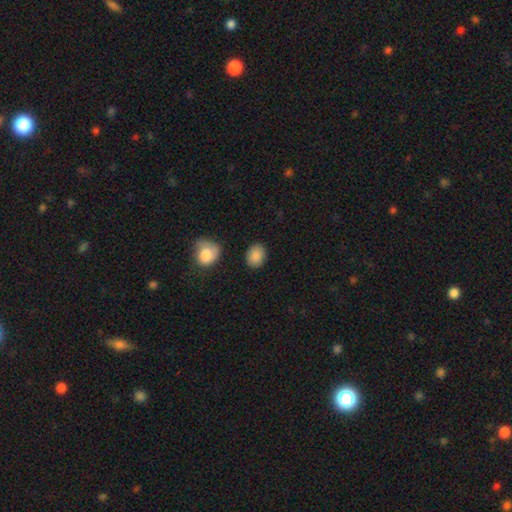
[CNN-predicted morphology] The model was most divided on "how rounded": in between: 52%, round: 47%, cigar-shaped: 1%. More confident: smooth or featured — smooth (87%); merging — none (85%).